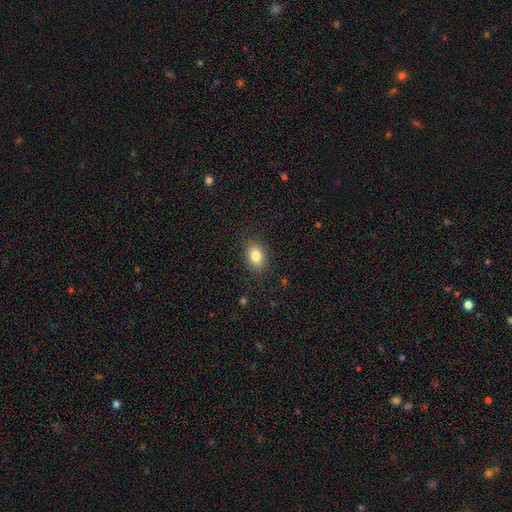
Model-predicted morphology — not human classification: Overall: smooth (83%). How rounded: in between (79%). Merging: none (86%).